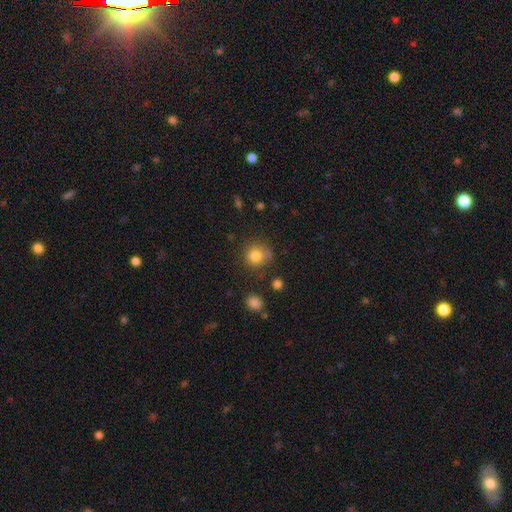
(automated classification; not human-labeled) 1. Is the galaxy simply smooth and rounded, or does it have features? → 81% smooth, 12% star or artifact, 7% featured or disk.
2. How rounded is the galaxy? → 88% round, 11% in between, 1% cigar-shaped.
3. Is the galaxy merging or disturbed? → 67% none, 18% minor disturbance, 8% merger, 7% major disturbance.